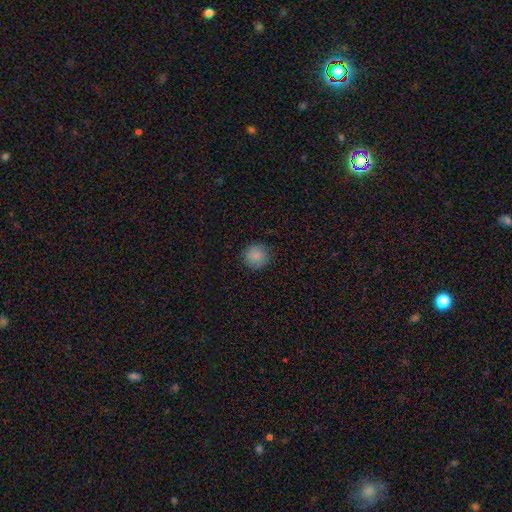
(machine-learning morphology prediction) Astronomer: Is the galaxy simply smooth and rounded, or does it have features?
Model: smooth — 86%.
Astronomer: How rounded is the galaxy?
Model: round — 94%.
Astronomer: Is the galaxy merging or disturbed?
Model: none — 90%.